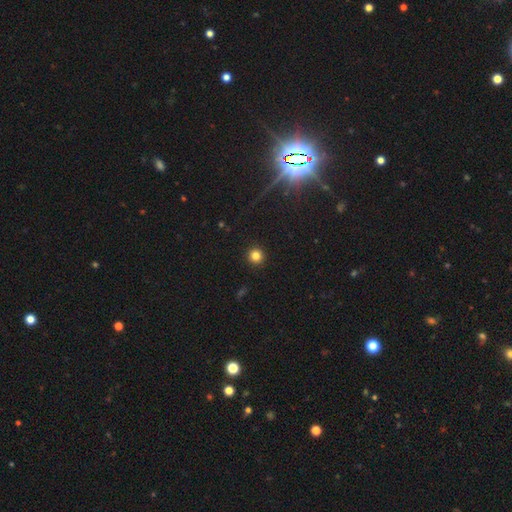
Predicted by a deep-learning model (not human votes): A smooth galaxy with no disk features (82%) that is round (95%). Merging: none (93%).